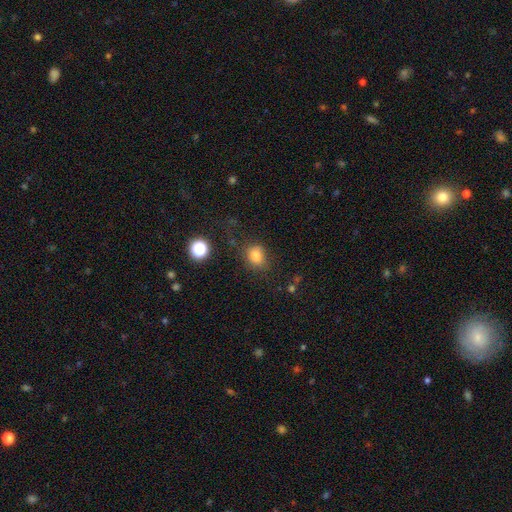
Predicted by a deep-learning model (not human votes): This is likely a smooth galaxy (80%). How rounded: possibly round (52%). Merging: likely none (72%).